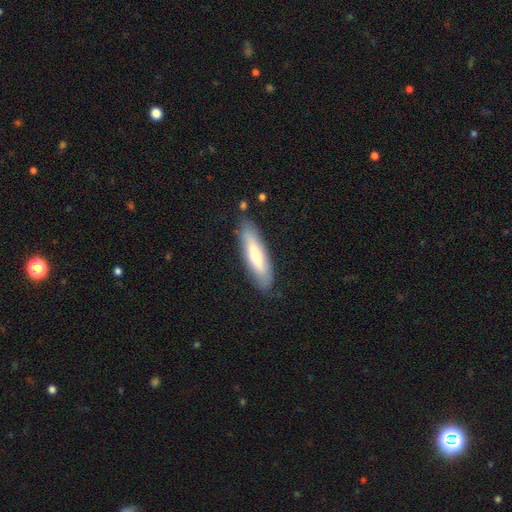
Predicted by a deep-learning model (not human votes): smooth-or-featured: smooth: 60% | featured or disk: 34% | star or artifact: 6%
  how-rounded: cigar-shaped: 66% | in between: 33% | round: 2%
  merging: none: 84% | minor disturbance: 12% | major disturbance: 2% | merger: 2%